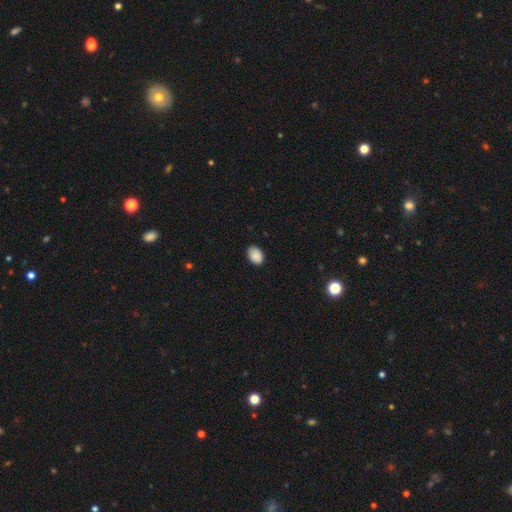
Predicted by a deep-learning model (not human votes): This is clearly a smooth galaxy (89%). How rounded: likely in between (80%). Merging: clearly none (85%).